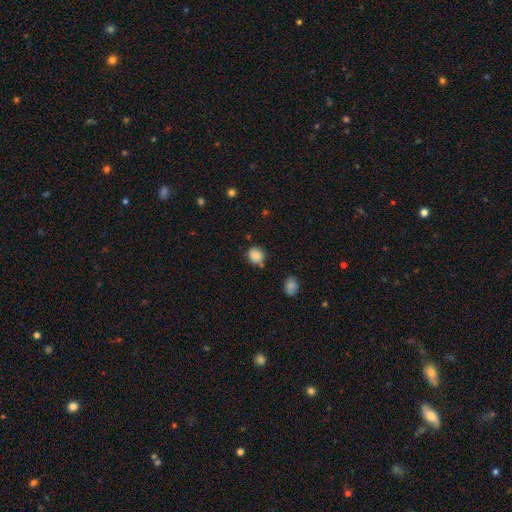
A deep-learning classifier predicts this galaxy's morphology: Smooth or featured: smooth — 85% (star or artifact — 10%)
How rounded: round — 76% (in between — 23%)
Merging: none — 72% (minor disturbance — 19%)